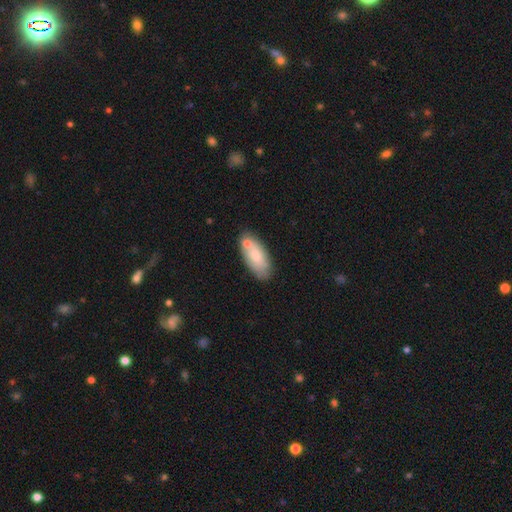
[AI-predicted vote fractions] smooth 74%, featured or disk 20%, star or artifact 6%. Down the decision tree: how rounded — in between (88%); merging — none (62%).